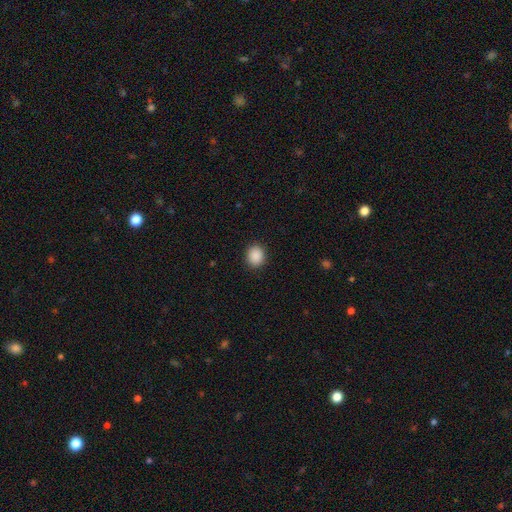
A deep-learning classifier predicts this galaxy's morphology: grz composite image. It shows a smooth galaxy with no disk features (89%) that is round (68%). Merging: none (91%).